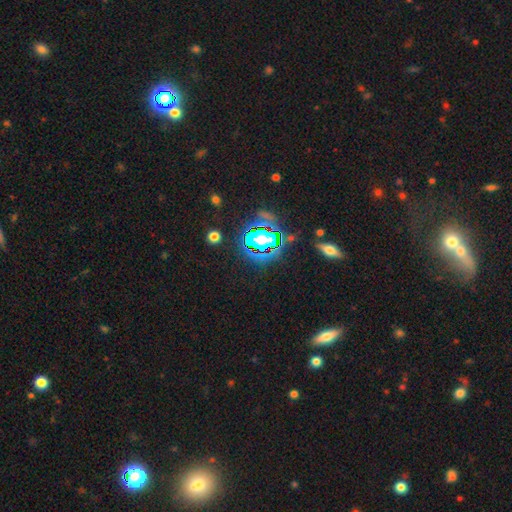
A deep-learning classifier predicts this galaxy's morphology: Smooth or featured: star or artifact — 77% (smooth — 14%)